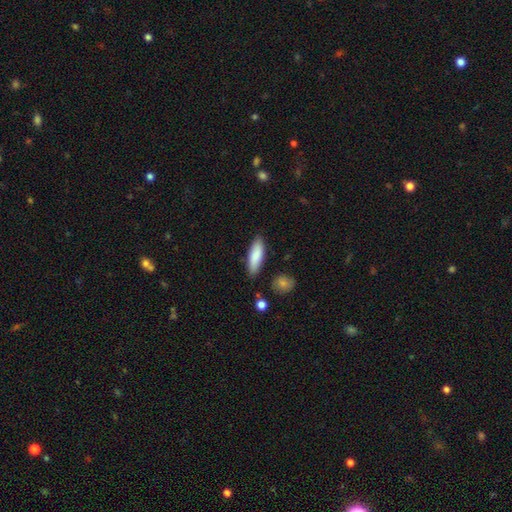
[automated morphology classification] A smooth galaxy with no disk features (85%) that is in between round and cigar-shaped (54%).

Vote fractions:
- Smooth or featured? smooth: 85% / featured or disk: 9% / star or artifact: 6%
- How rounded? in between: 54% / cigar-shaped: 44% / round: 2%
- Merging? none: 85% / minor disturbance: 11% / major disturbance: 2% / merger: 2%